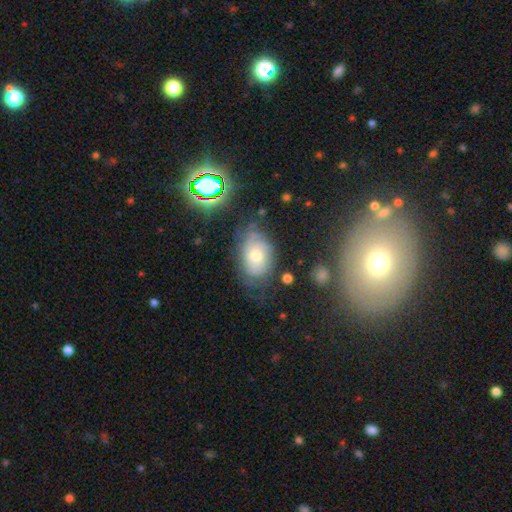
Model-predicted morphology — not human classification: type=featured or disk (47%); merging=none (55%).